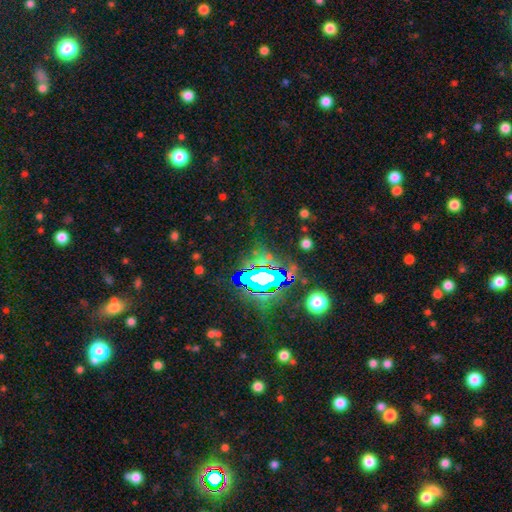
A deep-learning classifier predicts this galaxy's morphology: The model was most divided on "smooth or featured": star or artifact: 76%, smooth: 13%, featured or disk: 11%.